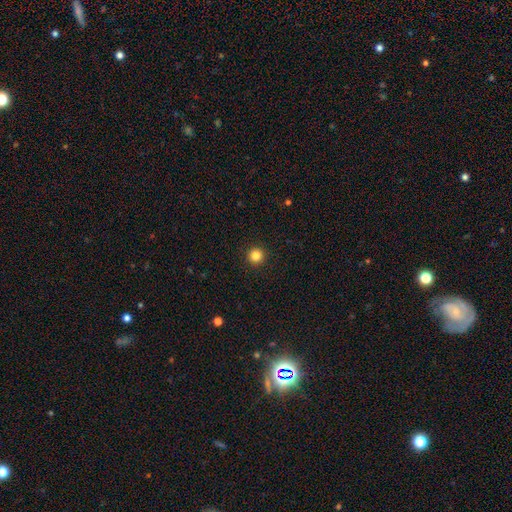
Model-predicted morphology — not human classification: Smooth or featured: smooth — 83% (star or artifact — 12%)
How rounded: round — 96% (in between — 3%)
Merging: none — 94% (minor disturbance — 4%)